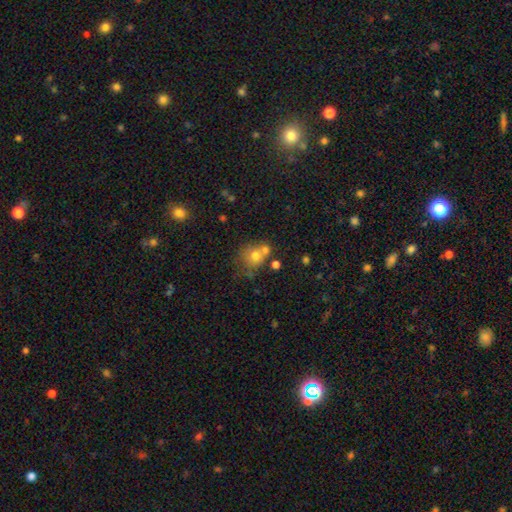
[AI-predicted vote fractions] A smooth galaxy with no disk features (70%) that is round (74%). Merging: none (41%).